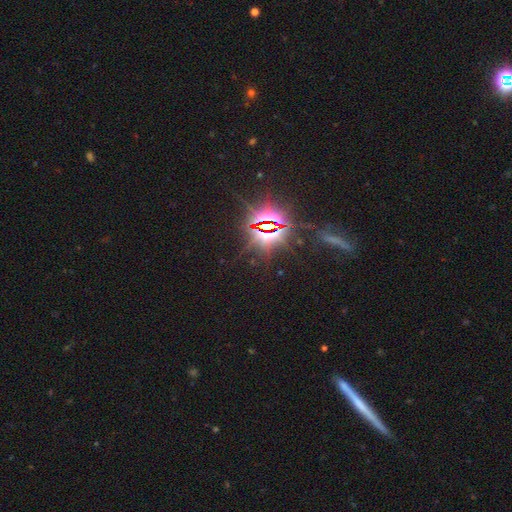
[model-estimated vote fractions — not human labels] A star or artifact, not a galaxy (82%).